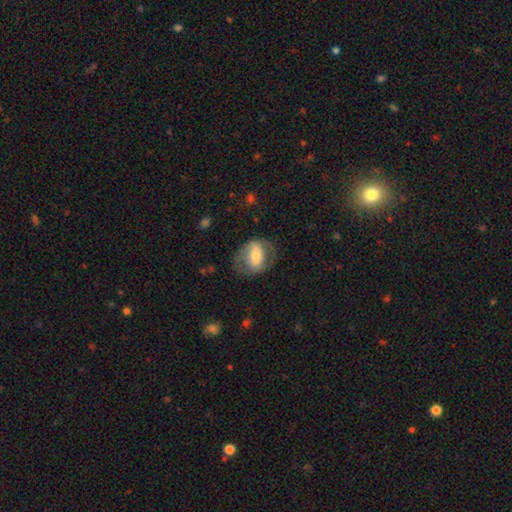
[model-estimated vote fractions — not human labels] smooth 50%, featured or disk 44%, star or artifact 7%. Down the decision tree: merging — none (63%).